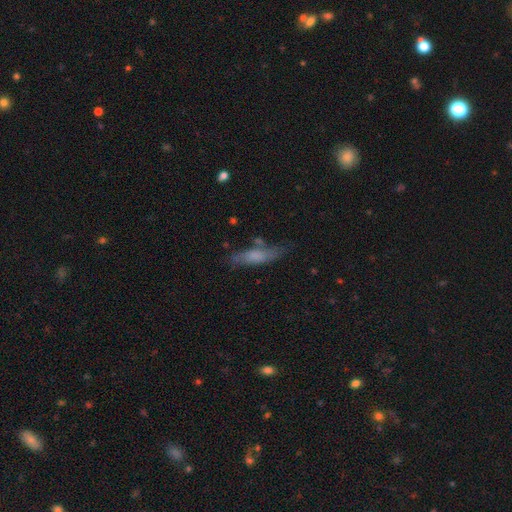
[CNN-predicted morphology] The model was most divided on "smooth or featured": smooth: 60%, featured or disk: 32%, star or artifact: 8%. More confident: how rounded — cigar-shaped (64%); merging — none (59%).